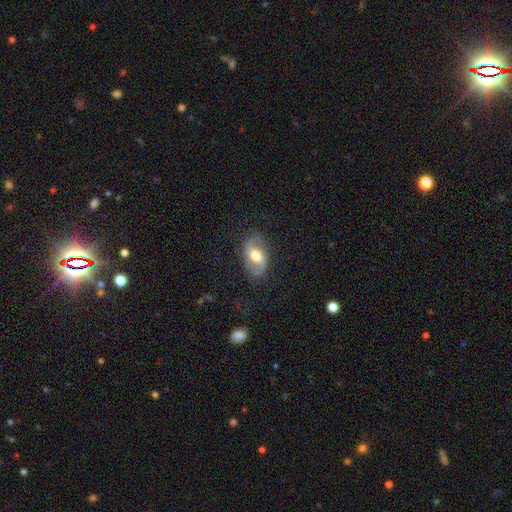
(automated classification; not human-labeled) The model was most divided on "bar": no: 41%, weak: 40%, strong: 19%. More confident: edge-on disk — no (94%); spiral arms — yes (78%); merging — none (78%); smooth or featured — featured or disk (62%); bulge size — moderate (61%).